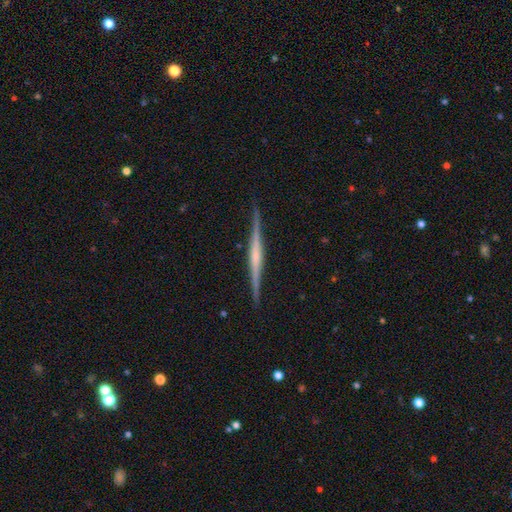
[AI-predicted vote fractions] A featured or disk galaxy (79%) viewed edge-on (99%) with a rounded central bulge (45%).

Vote fractions:
- Smooth or featured? featured or disk: 79% / smooth: 16% / star or artifact: 5%
- Edge-on disk? yes: 99% / no: 1%
- Edge-on bulge? rounded: 45% / none: 35% / boxy: 20%
- Merging? none: 91% / minor disturbance: 6% / major disturbance: 1% / merger: 1%